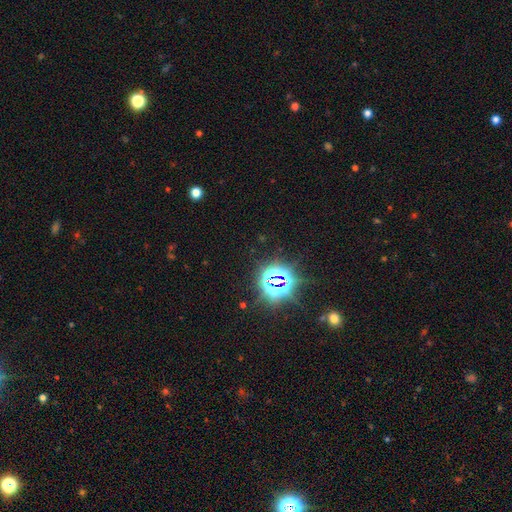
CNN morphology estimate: Smooth or featured? Predicted: star or artifact (p=0.79).